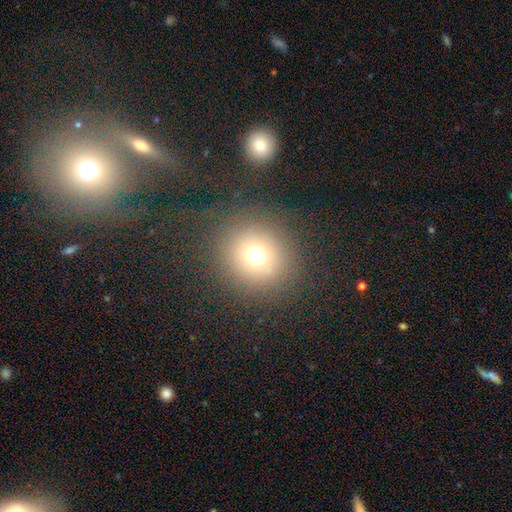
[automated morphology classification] Smooth or featured? Predicted: smooth (p=0.68). How rounded? Predicted: round (p=0.90). Merging? Predicted: none (p=0.85).